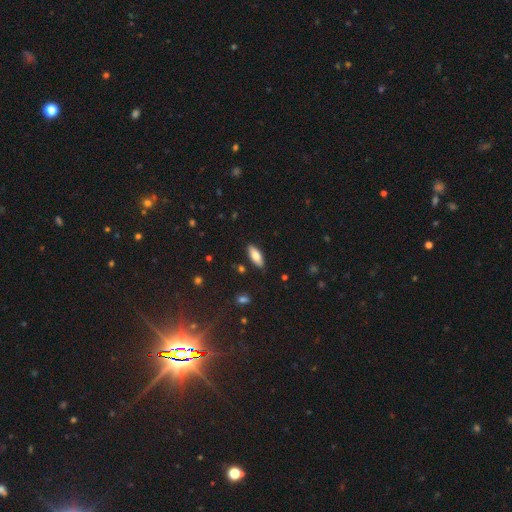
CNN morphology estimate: This appears to be a smooth galaxy with no disk features (76%) that is in between round and cigar-shaped (73%). Merging: none (87%).